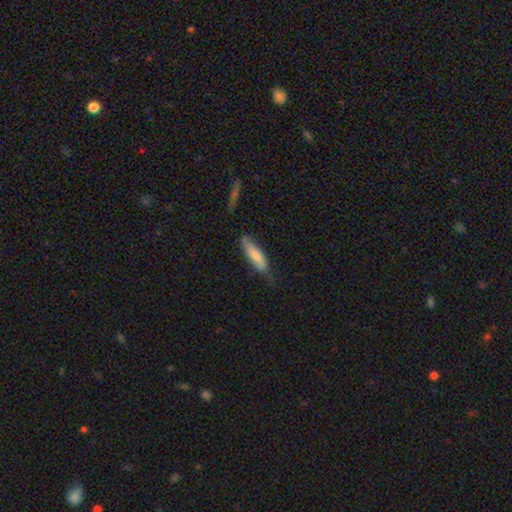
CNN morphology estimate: Q: Smooth or featured?
A: smooth (69%); runner-up: featured or disk (25%)
Q: How rounded?
A: cigar-shaped (59%); runner-up: in between (39%)
Q: Merging?
A: none (56%); runner-up: minor disturbance (32%)